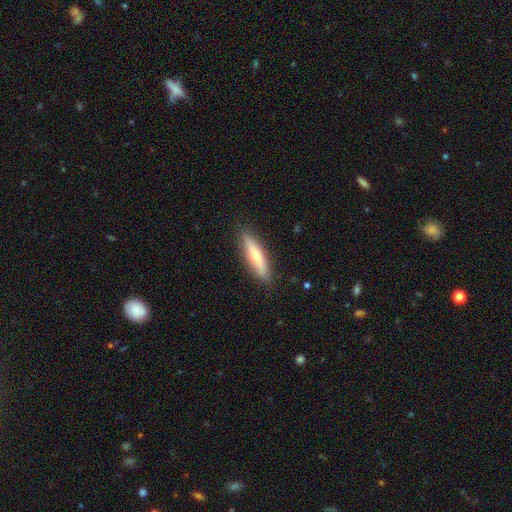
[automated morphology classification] A smooth galaxy with no disk features (56%) that is cigar-shaped (76%). Merging: none (89%).